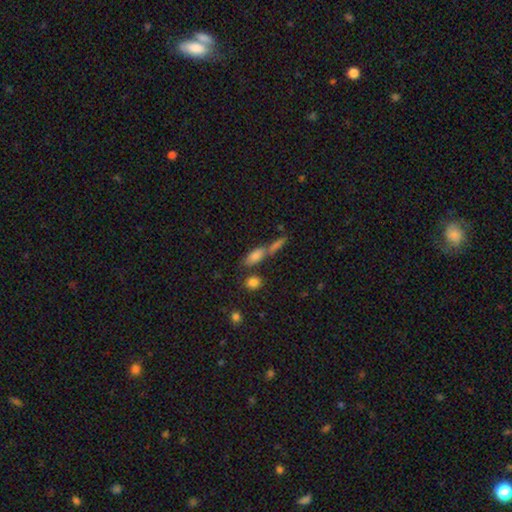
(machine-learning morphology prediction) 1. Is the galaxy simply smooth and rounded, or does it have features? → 74% smooth, 15% featured or disk, 11% star or artifact.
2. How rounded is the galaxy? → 66% in between, 29% cigar-shaped, 5% round.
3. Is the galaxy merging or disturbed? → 49% none, 33% merger, 12% minor disturbance, 6% major disturbance.